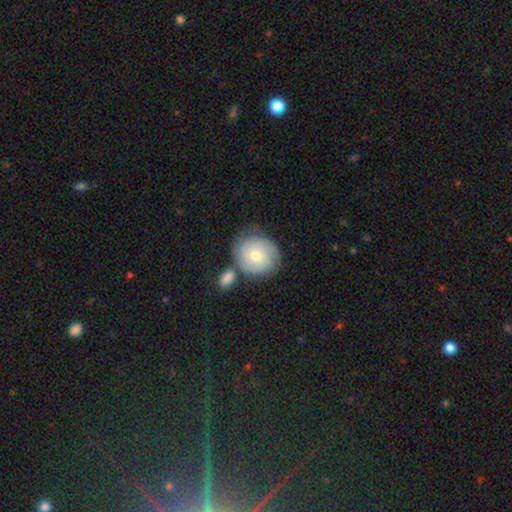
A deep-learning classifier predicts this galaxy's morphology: This is possibly a featured or disk galaxy (49%). Merging: likely none (61%).